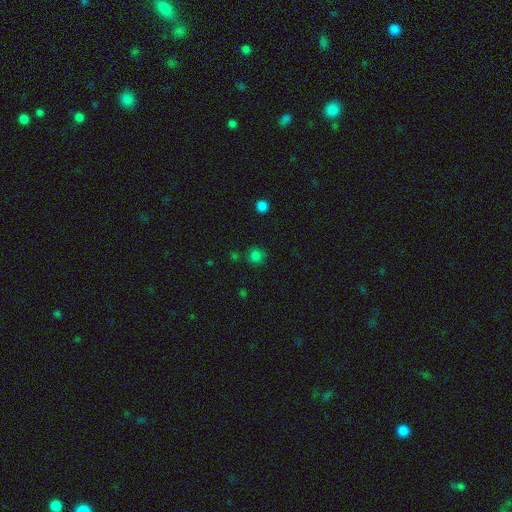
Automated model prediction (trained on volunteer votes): The model was most divided on "smooth or featured": smooth: 79%, star or artifact: 16%, featured or disk: 4%. More confident: how rounded — round (92%); merging — none (82%).